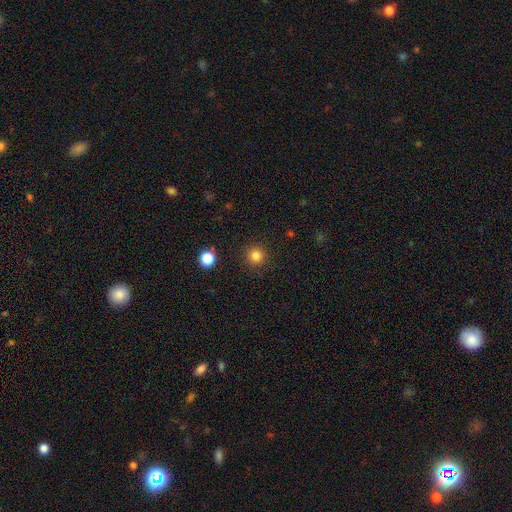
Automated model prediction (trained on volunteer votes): Smooth or featured? smooth (83%)
How rounded? round (95%)
Merging? none (91%)